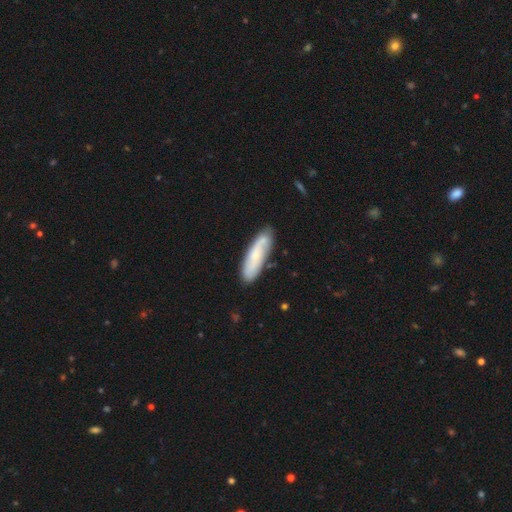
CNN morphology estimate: Q: Smooth or featured?
A: smooth (55%); runner-up: featured or disk (38%)
Q: How rounded?
A: cigar-shaped (61%); runner-up: in between (38%)
Q: Merging?
A: none (78%); runner-up: minor disturbance (16%)